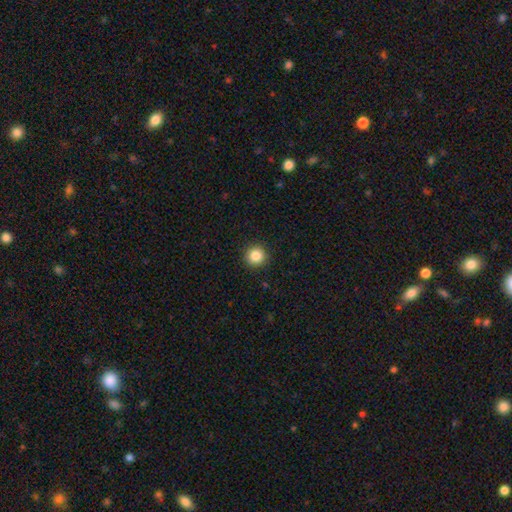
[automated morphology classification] This appears to be a smooth galaxy with no disk features (85%) that is round (95%). Merging: none (92%).